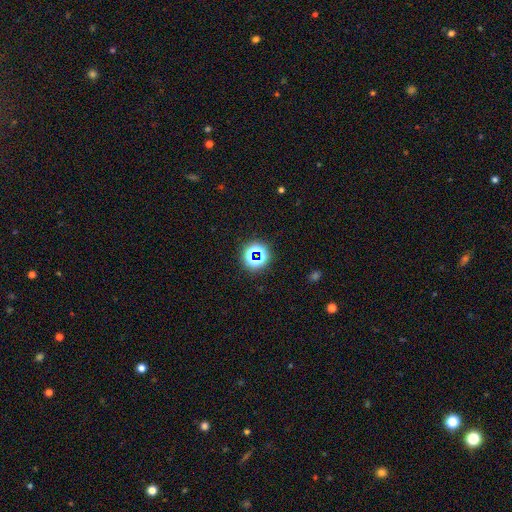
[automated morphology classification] Overall: star or artifact (65%; smooth 25%).